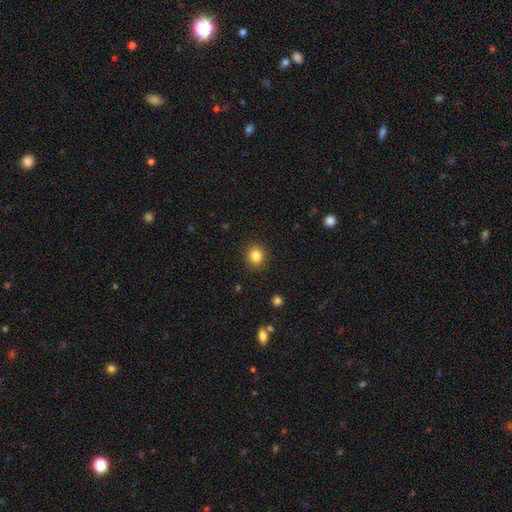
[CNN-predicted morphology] Smooth or featured?
  - smooth: 84% *
  - star or artifact: 11%
  - featured or disk: 5%
How rounded?
  - round: 83% *
  - in between: 16%
  - cigar-shaped: 1%
Merging?
  - none: 90% *
  - minor disturbance: 6%
  - major disturbance: 2%
  - merger: 1%